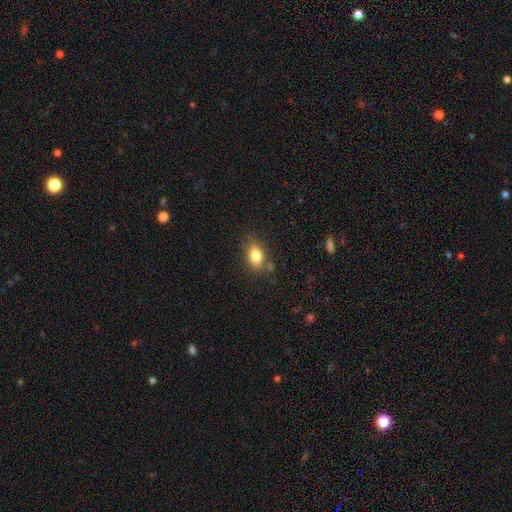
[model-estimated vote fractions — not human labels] Smooth or featured? smooth (81%)
How rounded? in between (83%)
Merging? none (74%)